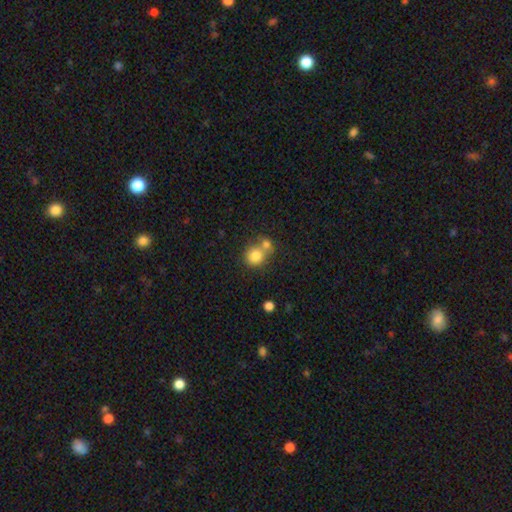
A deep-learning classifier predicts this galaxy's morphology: A smooth galaxy with no disk features (80%) that is round (83%).

Vote fractions:
- Smooth or featured? smooth: 80% / star or artifact: 10% / featured or disk: 9%
- How rounded? round: 83% / in between: 16% / cigar-shaped: 1%
- Merging? none: 46% / merger: 43% / minor disturbance: 8% / major disturbance: 3%